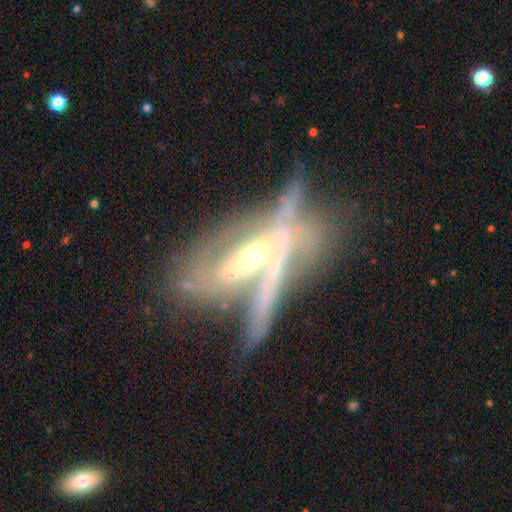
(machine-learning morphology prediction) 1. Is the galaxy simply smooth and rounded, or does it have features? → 80% featured or disk, 13% smooth, 8% star or artifact.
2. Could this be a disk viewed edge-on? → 56% no, 44% yes.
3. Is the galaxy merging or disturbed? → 35% merger, 27% major disturbance, 23% none, 15% minor disturbance.